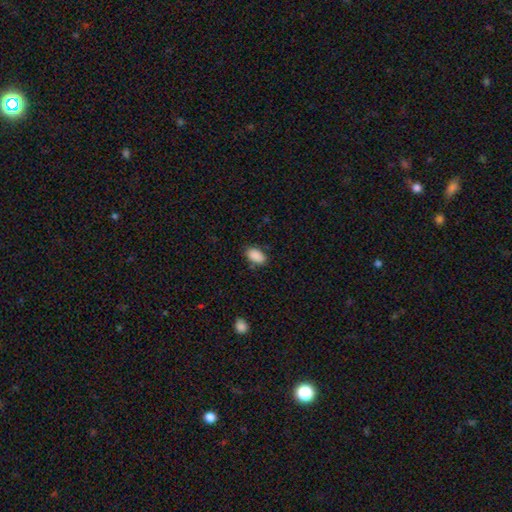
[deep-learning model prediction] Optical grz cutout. It shows a smooth galaxy with no disk features (89%) that is in between round and cigar-shaped (93%). Merging: none (81%).